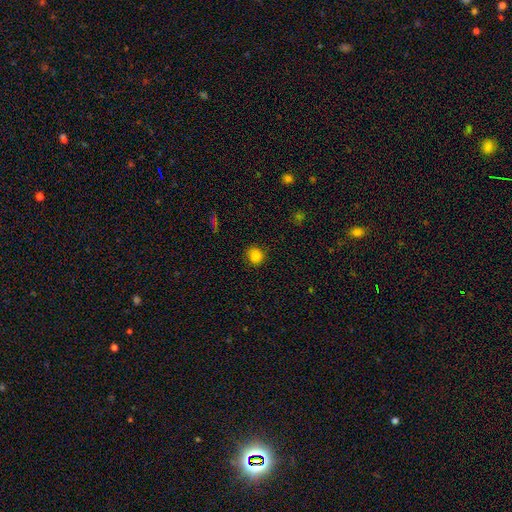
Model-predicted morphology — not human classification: type=smooth (83%); roundness=round (86%); merging=none (86%).